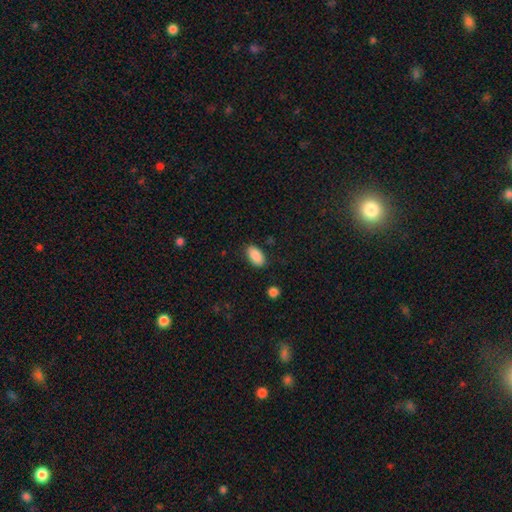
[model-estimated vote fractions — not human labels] Morphology: type=smooth (89%); roundness=in between (95%); merging=none (86%).